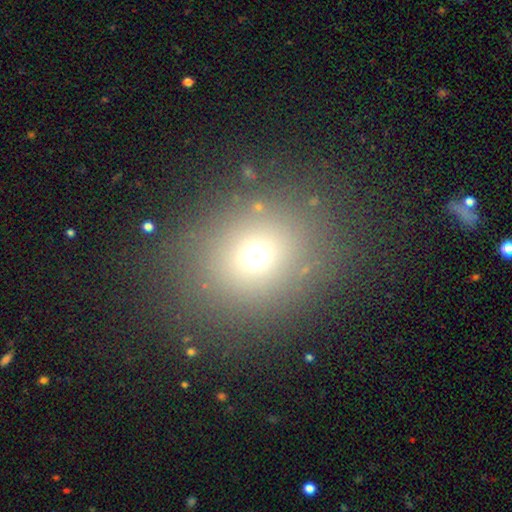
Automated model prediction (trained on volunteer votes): Smooth or featured?
  - smooth: 67% *
  - star or artifact: 22%
  - featured or disk: 11%
How rounded?
  - round: 66% *
  - in between: 33%
  - cigar-shaped: 1%
Merging?
  - none: 82% *
  - minor disturbance: 10%
  - major disturbance: 5%
  - merger: 2%